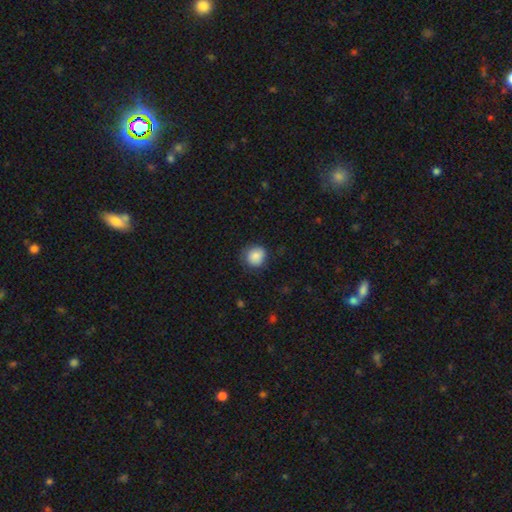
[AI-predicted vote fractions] smooth 85%, star or artifact 8%, featured or disk 6%. Down the decision tree: how rounded — round (87%); merging — none (80%).